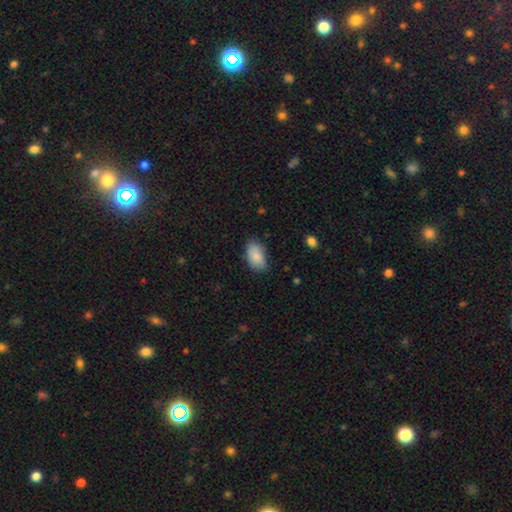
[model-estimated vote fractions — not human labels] Smooth or featured? smooth (84%)
How rounded? in between (92%)
Merging? none (73%)